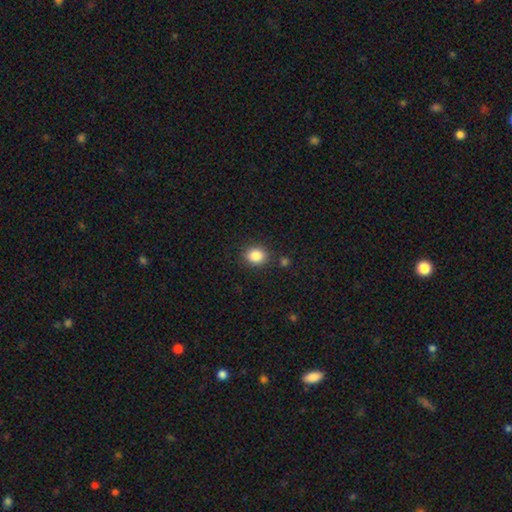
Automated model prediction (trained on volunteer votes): smooth_or_featured: smooth (p=0.86) [alt: star or artifact p=0.10]
how_rounded: round (p=0.65) [alt: in between p=0.34]
merging: none (p=0.84) [alt: minor disturbance p=0.10]